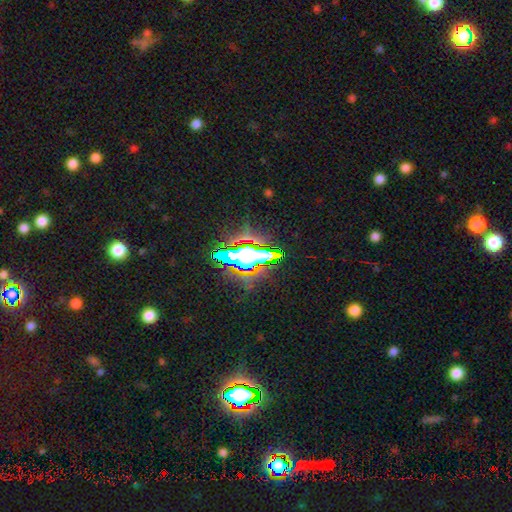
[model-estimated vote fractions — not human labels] Smooth or featured: star or artifact — 61% (featured or disk — 20%)